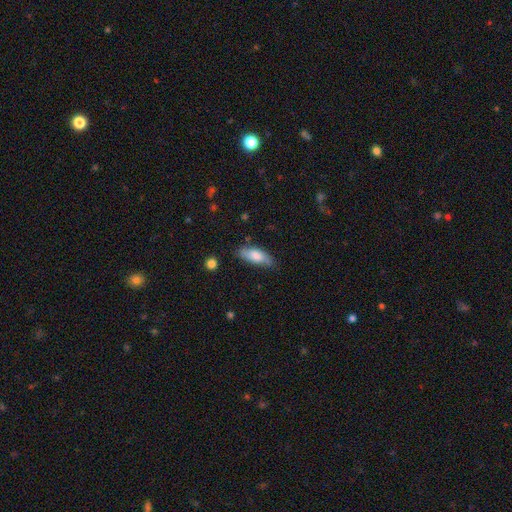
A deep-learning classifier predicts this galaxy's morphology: smooth-or-featured: smooth: 72% | featured or disk: 21% | star or artifact: 6%
  how-rounded: in between: 70% | cigar-shaped: 28% | round: 2%
  merging: none: 71% | minor disturbance: 22% | major disturbance: 4% | merger: 2%